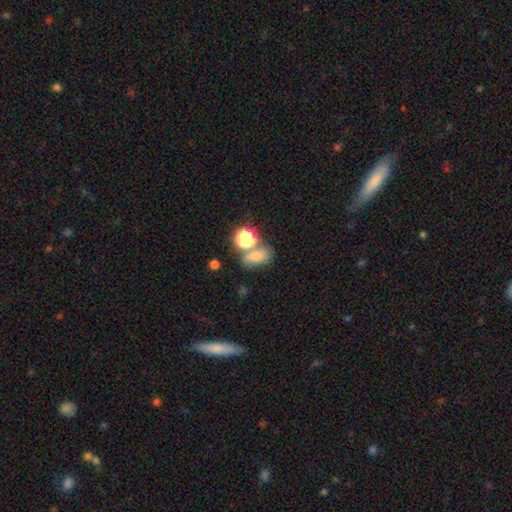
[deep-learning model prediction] Q: Smooth or featured?
A: smooth (70%); runner-up: star or artifact (19%)
Q: How rounded?
A: in between (69%); runner-up: round (28%)
Q: Merging?
A: none (47%); runner-up: merger (31%)